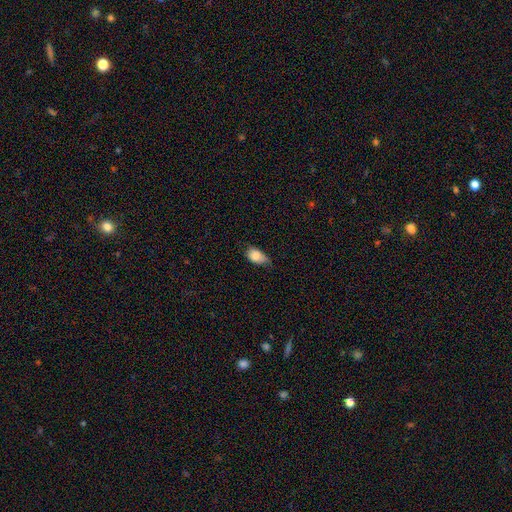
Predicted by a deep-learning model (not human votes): Smooth or featured: smooth — 83% (featured or disk — 9%)
How rounded: in between — 89% (round — 9%)
Merging: minor disturbance — 45% (none — 41%)